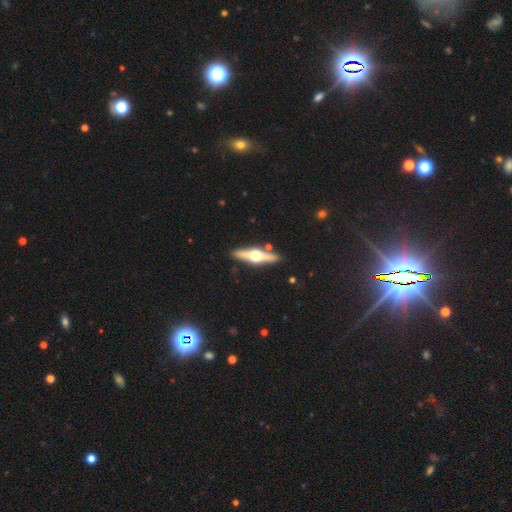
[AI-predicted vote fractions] featured or disk 74%, smooth 21%, star or artifact 5%. Down the decision tree: edge-on disk — yes (97%); edge-on bulge — rounded (96%); merging — none (88%).